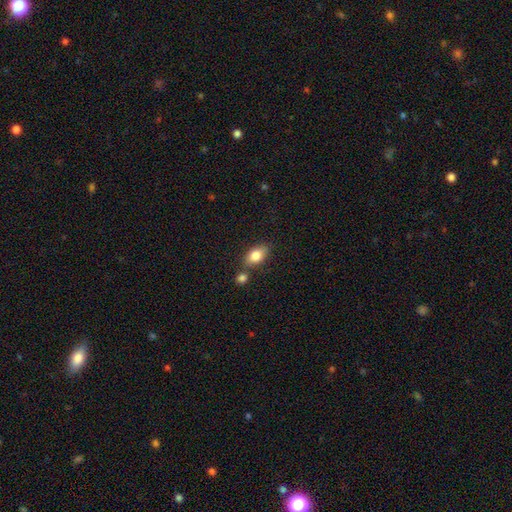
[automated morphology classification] Smooth or featured? Predicted: smooth (p=0.82). How rounded? Predicted: in between (p=0.86). Merging? Predicted: none (p=0.66).